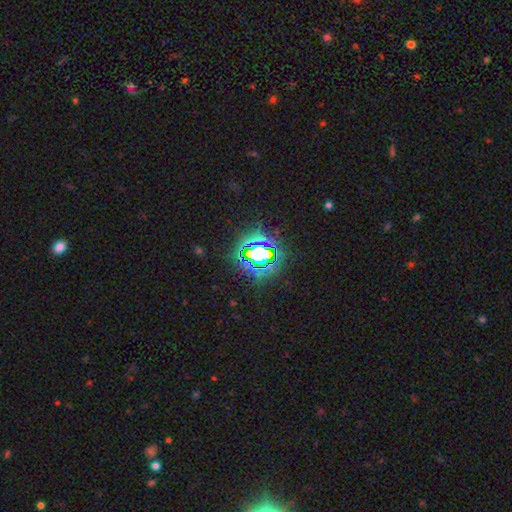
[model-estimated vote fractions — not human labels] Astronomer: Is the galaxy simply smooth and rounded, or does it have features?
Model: star or artifact — 72%.